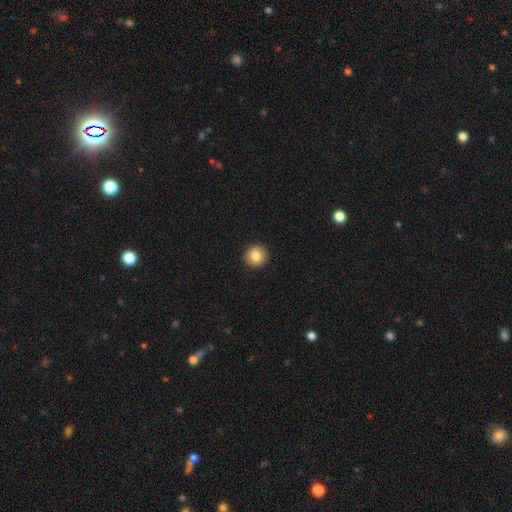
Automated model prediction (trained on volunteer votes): smooth_or_featured: smooth (p=0.84) [alt: star or artifact p=0.09]
how_rounded: round (p=0.94) [alt: in between p=0.05]
merging: none (p=0.93) [alt: minor disturbance p=0.04]